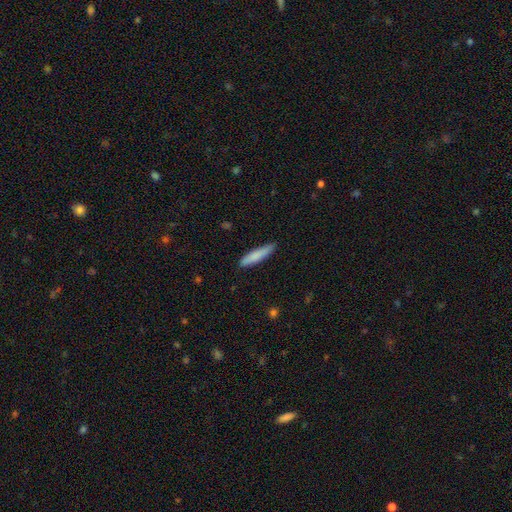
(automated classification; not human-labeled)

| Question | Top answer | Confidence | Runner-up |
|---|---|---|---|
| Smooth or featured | smooth | 81% | featured or disk (13%) |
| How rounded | cigar-shaped | 85% | in between (13%) |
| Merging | none | 82% | minor disturbance (14%) |